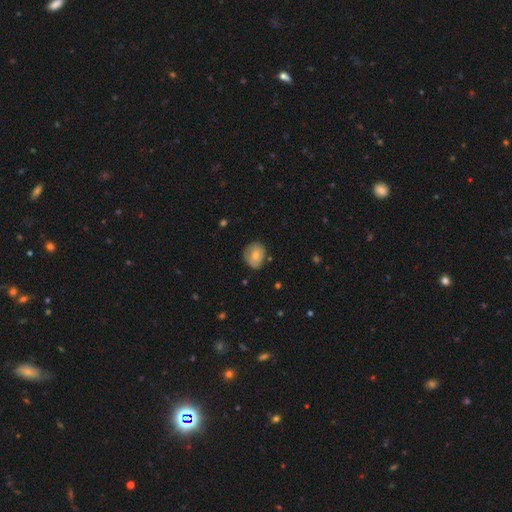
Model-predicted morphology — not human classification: Smooth or featured: smooth — 62% (featured or disk — 30%)
How rounded: round — 53% (in between — 46%)
Merging: none — 66% (minor disturbance — 26%)